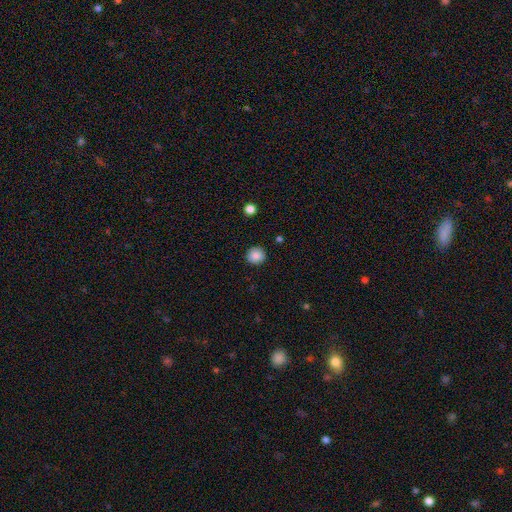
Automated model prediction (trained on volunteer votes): Smooth or featured? smooth (86%)
How rounded? round (92%)
Merging? none (91%)